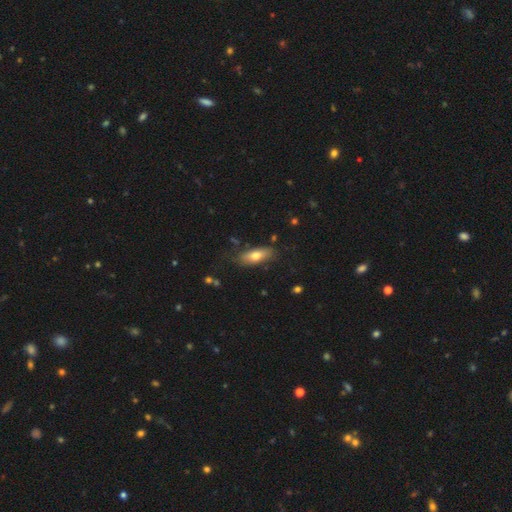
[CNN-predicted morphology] Q: Smooth or featured?
A: smooth (69%); runner-up: featured or disk (24%)
Q: How rounded?
A: in between (71%); runner-up: cigar-shaped (25%)
Q: Merging?
A: none (78%); runner-up: minor disturbance (16%)